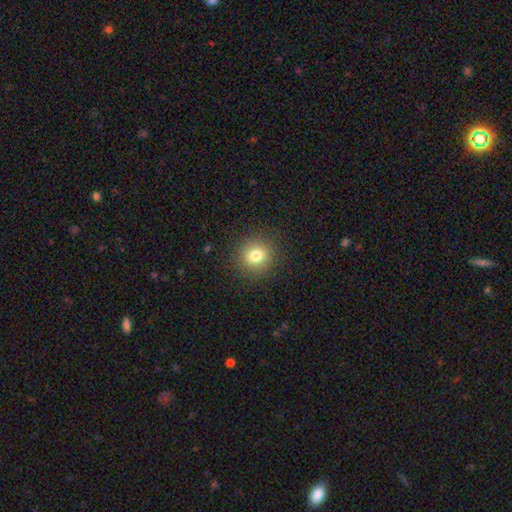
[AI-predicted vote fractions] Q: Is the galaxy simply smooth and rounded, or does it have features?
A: smooth — 79%.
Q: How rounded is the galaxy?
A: round — 84%.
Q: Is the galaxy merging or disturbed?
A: none — 89%.